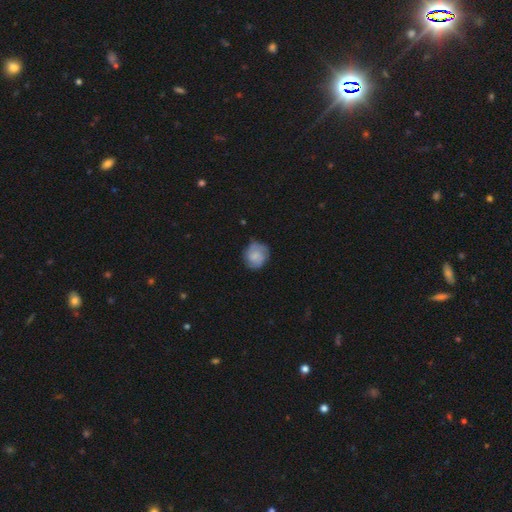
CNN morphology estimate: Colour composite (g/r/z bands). It shows a smooth galaxy with no disk features (54%) that is round (79%). Merging: none (73%).